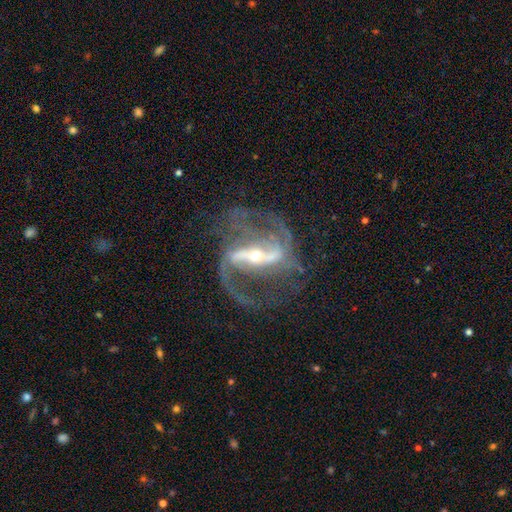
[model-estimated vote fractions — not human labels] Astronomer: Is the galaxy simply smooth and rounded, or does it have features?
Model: featured or disk — 91%.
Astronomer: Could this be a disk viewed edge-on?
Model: no — 96%.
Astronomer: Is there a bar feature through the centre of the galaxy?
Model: strong — 70%.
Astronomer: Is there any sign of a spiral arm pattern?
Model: yes — 97%.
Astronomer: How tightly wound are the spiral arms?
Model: medium — 50% (runner-up: loose, 38%).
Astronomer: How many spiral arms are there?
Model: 2 — 80%.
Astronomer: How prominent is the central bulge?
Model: small — 65%.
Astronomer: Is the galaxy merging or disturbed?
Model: none — 64%.